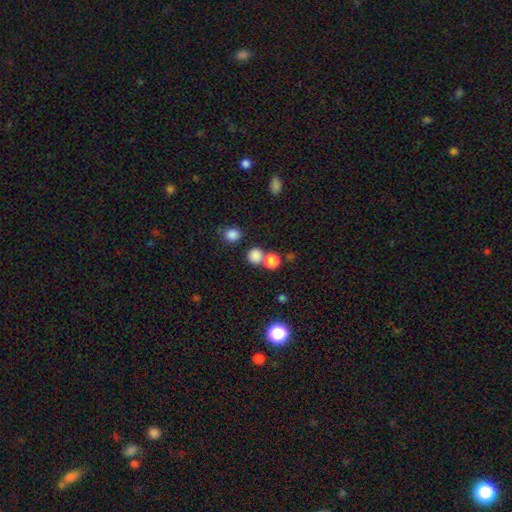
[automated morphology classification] A smooth galaxy with no disk features (81%) that is round (87%). Merging: none (62%).